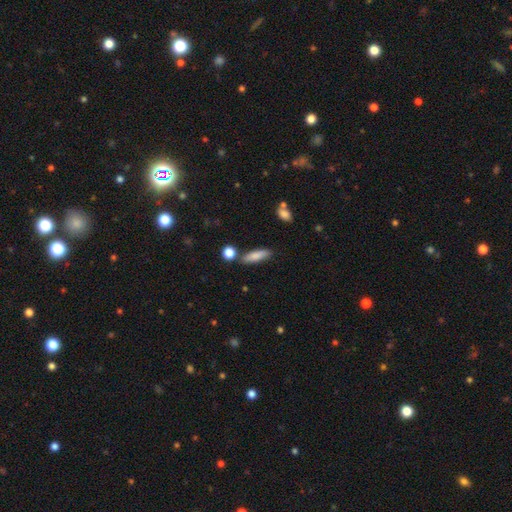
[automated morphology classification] type=smooth (83%); roundness=cigar-shaped (59%); merging=none (79%).